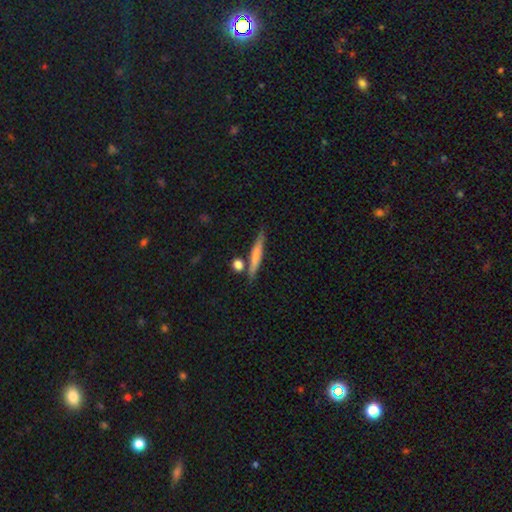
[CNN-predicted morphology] Smooth or featured: smooth — 66% (featured or disk — 28%)
How rounded: cigar-shaped — 90% (in between — 7%)
Merging: none — 74% (minor disturbance — 13%)